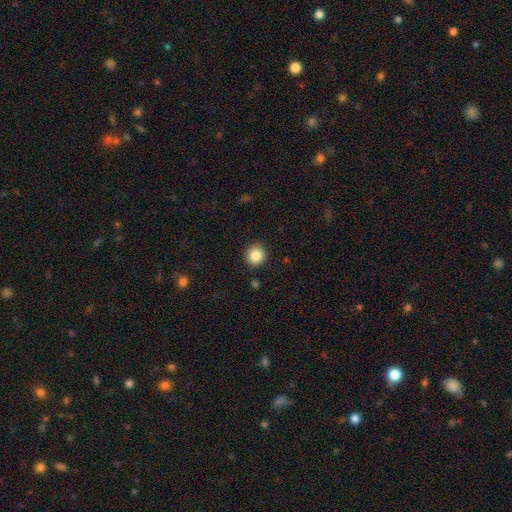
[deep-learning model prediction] Q: Smooth or featured?
A: smooth (86%); runner-up: star or artifact (9%)
Q: How rounded?
A: round (86%); runner-up: in between (13%)
Q: Merging?
A: none (89%); runner-up: minor disturbance (7%)